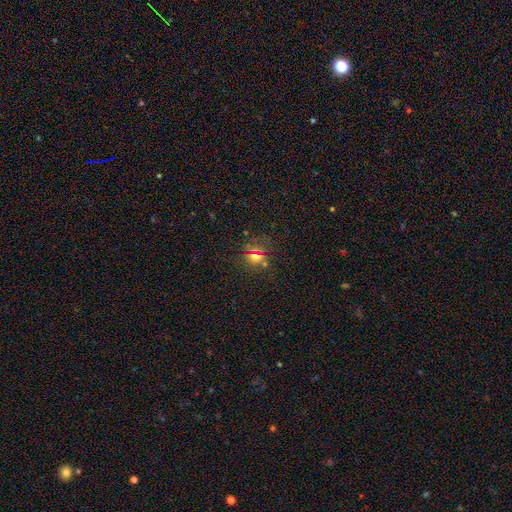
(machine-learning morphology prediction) type=smooth (51%); roundness=round (81%); merging=none (79%).